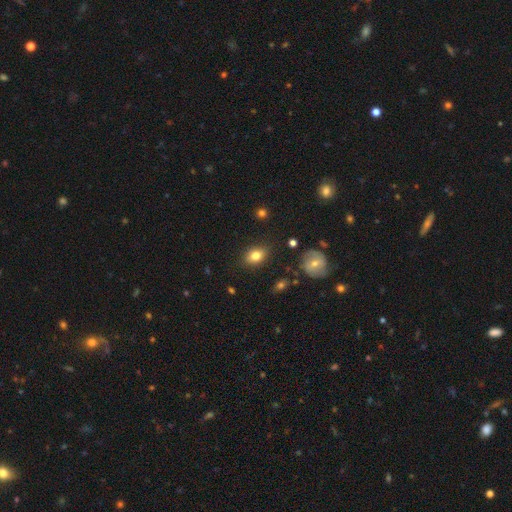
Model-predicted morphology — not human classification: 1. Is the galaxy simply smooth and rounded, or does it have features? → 80% smooth, 10% featured or disk, 10% star or artifact.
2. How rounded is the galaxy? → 75% in between, 23% round, 2% cigar-shaped.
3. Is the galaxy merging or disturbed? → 83% none, 12% minor disturbance, 3% major disturbance, 2% merger.